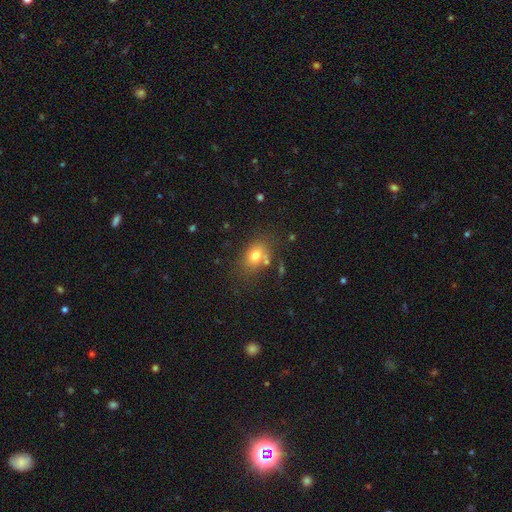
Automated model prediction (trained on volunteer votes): Smooth or featured: smooth — 74% (featured or disk — 14%)
How rounded: in between — 67% (round — 32%)
Merging: none — 66% (minor disturbance — 16%)